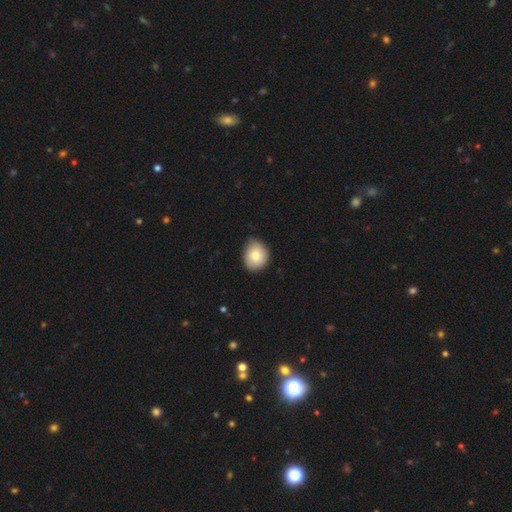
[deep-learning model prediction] smooth-or-featured: smooth: 83% | featured or disk: 10% | star or artifact: 7%
  how-rounded: round: 63% | in between: 37% | cigar-shaped: 1%
  merging: none: 72% | minor disturbance: 24% | major disturbance: 3% | merger: 1%